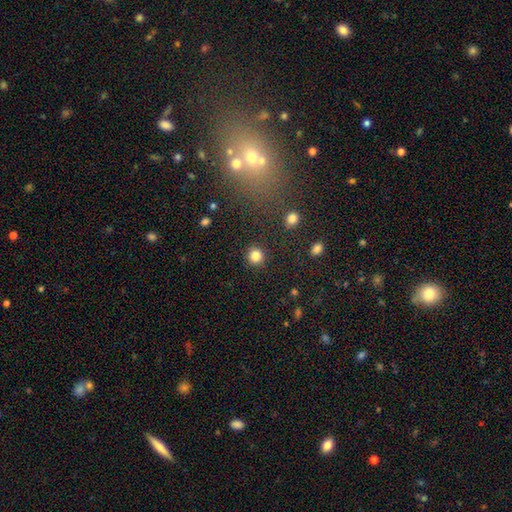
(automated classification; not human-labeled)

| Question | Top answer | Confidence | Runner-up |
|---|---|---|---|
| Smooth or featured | smooth | 84% | star or artifact (11%) |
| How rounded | round | 93% | in between (6%) |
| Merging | none | 91% | minor disturbance (6%) |